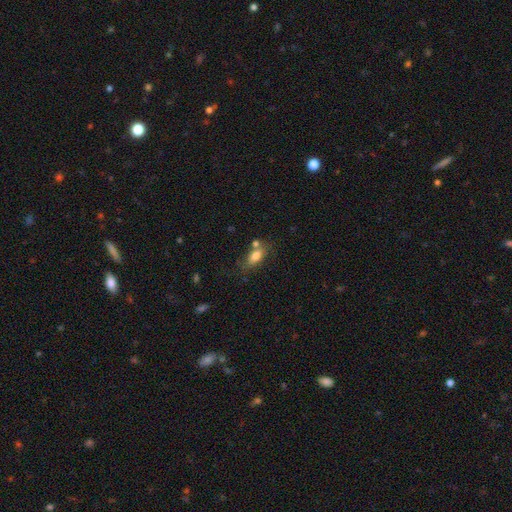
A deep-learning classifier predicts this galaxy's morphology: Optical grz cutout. It shows a smooth galaxy with no disk features (78%) that is in between round and cigar-shaped (82%). Merging: none (57%).